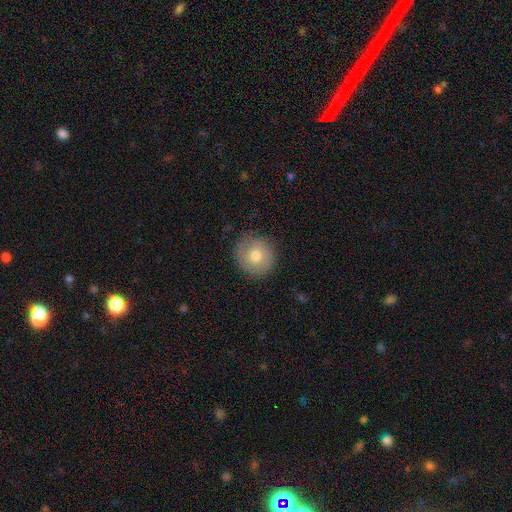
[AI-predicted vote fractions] smooth-or-featured: smooth: 71% | featured or disk: 21% | star or artifact: 9%
  how-rounded: round: 91% | in between: 8% | cigar-shaped: 1%
  merging: none: 84% | minor disturbance: 12% | major disturbance: 3% | merger: 1%